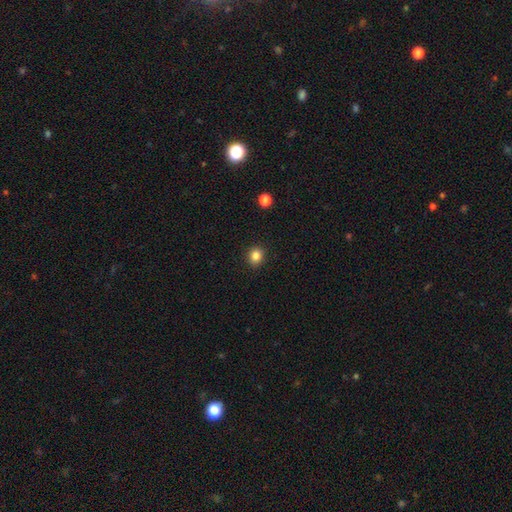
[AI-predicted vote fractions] This appears to be a smooth galaxy with no disk features (85%) that is round (73%). Merging: none (91%).